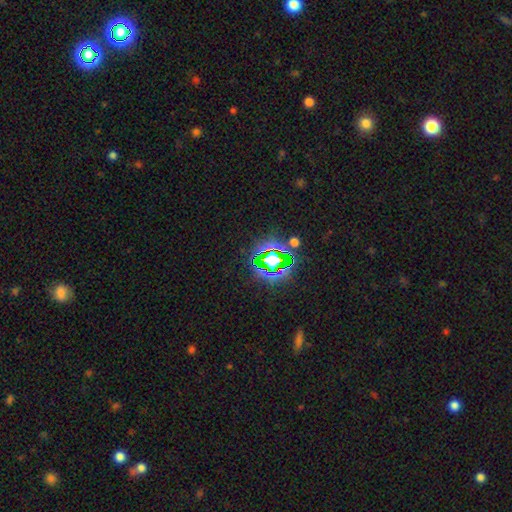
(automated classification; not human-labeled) smooth_or_featured: star or artifact (p=0.78) [alt: smooth p=0.14]